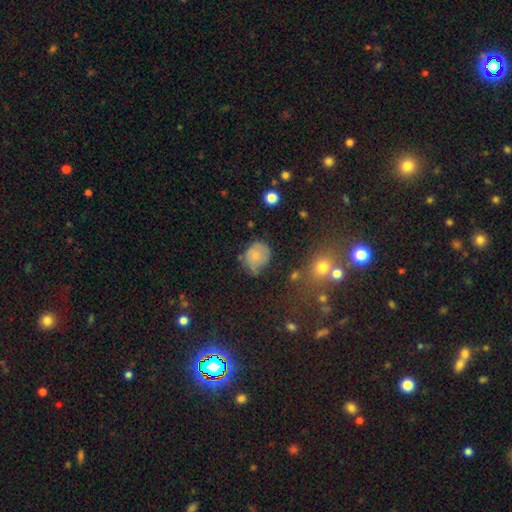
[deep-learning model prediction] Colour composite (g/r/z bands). It shows a smooth galaxy with no disk features (68%) that is round (64%). Merging: none (47%).